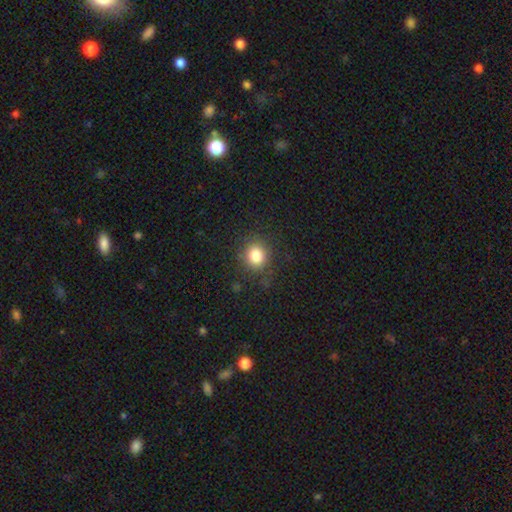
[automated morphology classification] smooth_or_featured: smooth (p=0.82) [alt: star or artifact p=0.12]
how_rounded: round (p=0.83) [alt: in between p=0.16]
merging: none (p=0.86) [alt: minor disturbance p=0.09]